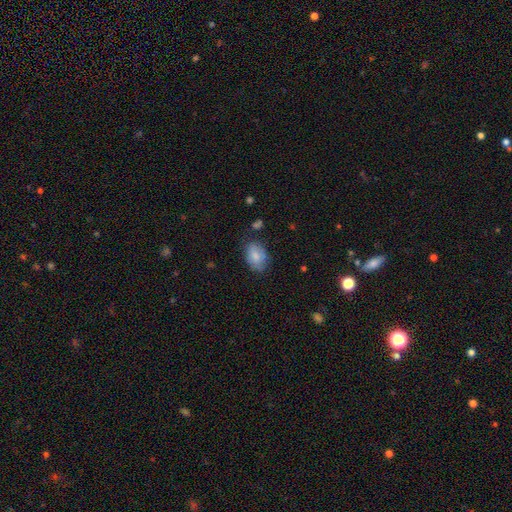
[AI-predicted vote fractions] smooth_or_featured: smooth (p=0.80) [alt: featured or disk p=0.13]
how_rounded: in between (p=0.86) [alt: round p=0.12]
merging: none (p=0.65) [alt: minor disturbance p=0.25]